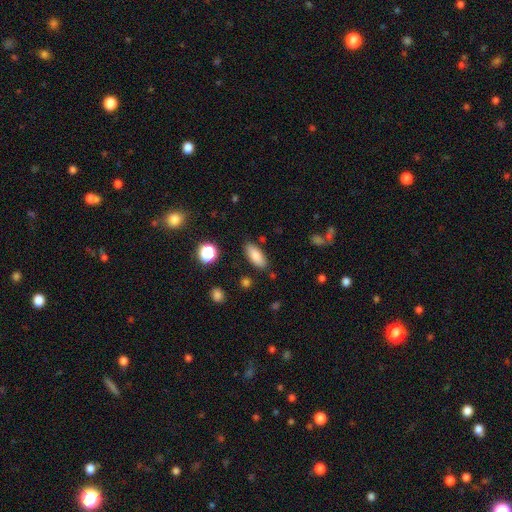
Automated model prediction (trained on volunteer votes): Smooth or featured: smooth — 82% (featured or disk — 10%)
How rounded: in between — 81% (cigar-shaped — 16%)
Merging: none — 85% (minor disturbance — 10%)